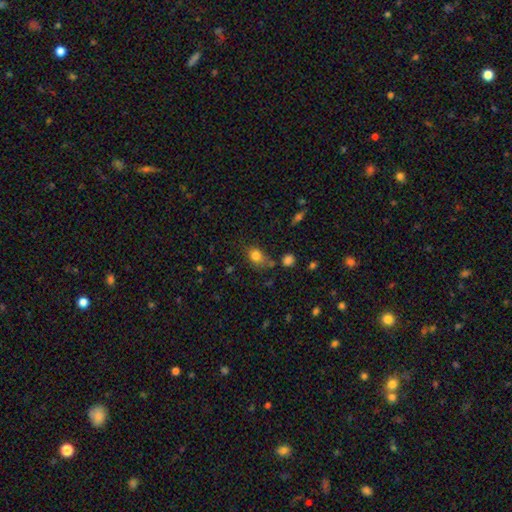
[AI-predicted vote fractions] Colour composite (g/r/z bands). It shows a smooth galaxy with no disk features (81%) that is in between round and cigar-shaped (58%). Merging: none (59%).